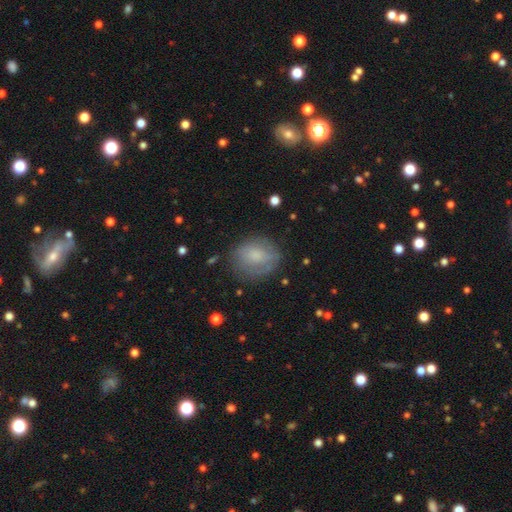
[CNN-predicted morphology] Smooth or featured? smooth (67%)
How rounded? round (67%)
Merging? none (68%)